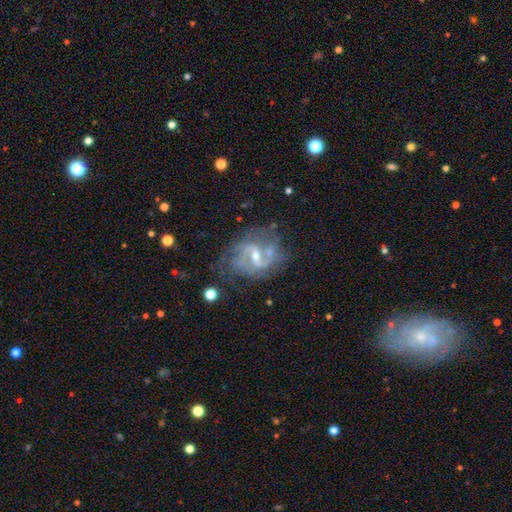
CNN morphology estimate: Smooth or featured: featured or disk — 86% (star or artifact — 8%)
Edge-on disk: no — 97% (yes — 3%)
Bar: weak — 50% (strong — 26%)
Spiral arms: yes — 93% (no — 7%)
Spiral winding: medium — 48% (loose — 30%)
Spiral arm count: 2 — 71% (can't tell — 12%)
Bulge size: small — 51% (moderate — 45%)
Merging: none — 60% (minor disturbance — 20%)